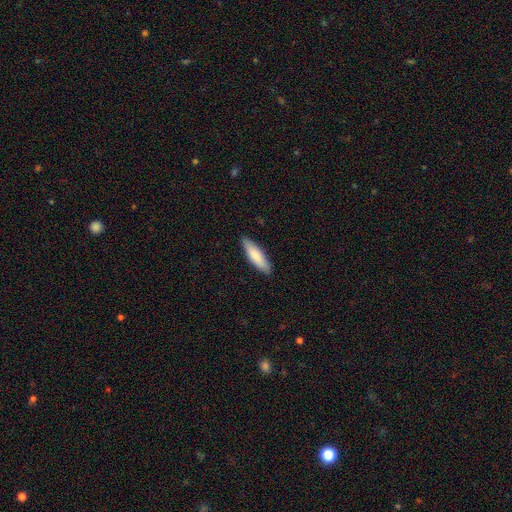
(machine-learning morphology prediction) This appears to be a smooth galaxy with no disk features (83%) that is cigar-shaped (61%). Merging: none (87%).